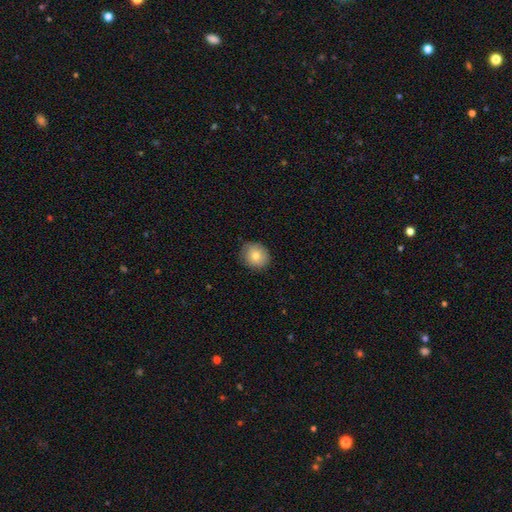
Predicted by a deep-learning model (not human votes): A smooth galaxy with no disk features (77%) that is round (81%). Merging: none (83%).